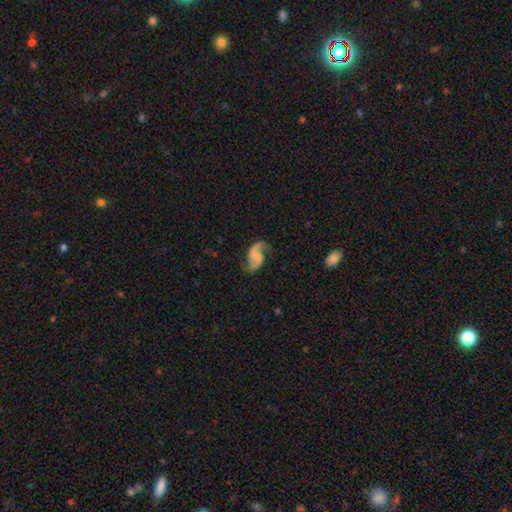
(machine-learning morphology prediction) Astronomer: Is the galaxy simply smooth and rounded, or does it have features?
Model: featured or disk — 87%.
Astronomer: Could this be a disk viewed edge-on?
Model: no — 98%.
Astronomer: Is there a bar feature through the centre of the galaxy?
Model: no — 50% (runner-up: weak, 36%).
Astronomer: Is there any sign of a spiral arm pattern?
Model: yes — 97%.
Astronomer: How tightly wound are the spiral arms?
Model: loose — 66%.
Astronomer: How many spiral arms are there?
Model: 2 — 93%.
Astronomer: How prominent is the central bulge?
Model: none — 69%.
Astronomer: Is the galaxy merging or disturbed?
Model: none — 76%.